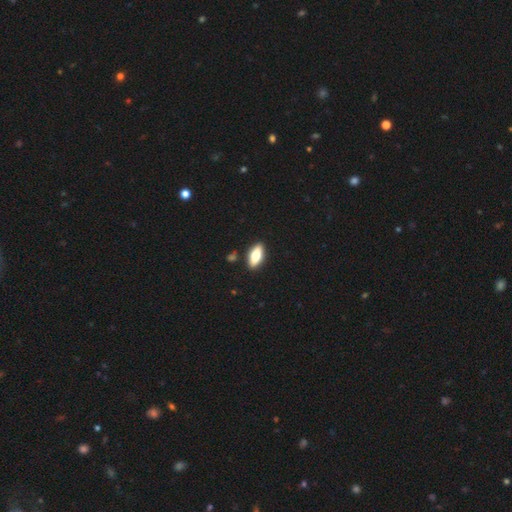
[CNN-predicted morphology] A smooth galaxy with no disk features (66%) that is in between round and cigar-shaped (78%). Merging: none (88%).